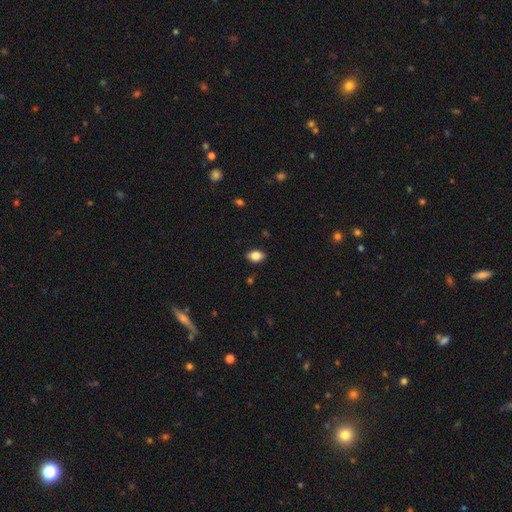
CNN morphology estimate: The model was most divided on "how rounded": in between: 84%, round: 14%, cigar-shaped: 1%. More confident: merging — none (88%); smooth or featured — smooth (83%).